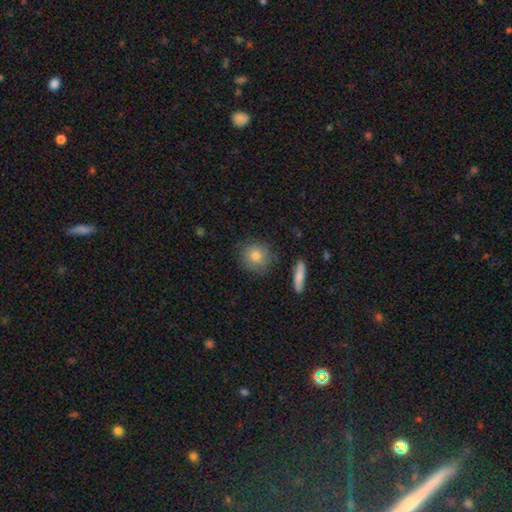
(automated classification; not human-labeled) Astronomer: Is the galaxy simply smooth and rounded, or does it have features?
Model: smooth — 79%.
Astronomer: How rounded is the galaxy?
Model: round — 89%.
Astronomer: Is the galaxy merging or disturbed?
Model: none — 86%.